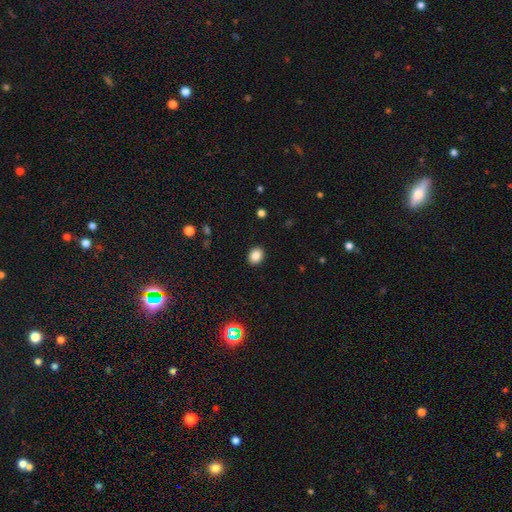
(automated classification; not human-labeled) This appears to be a smooth galaxy with no disk features (86%) that is in between round and cigar-shaped (56%). Merging: none (90%).